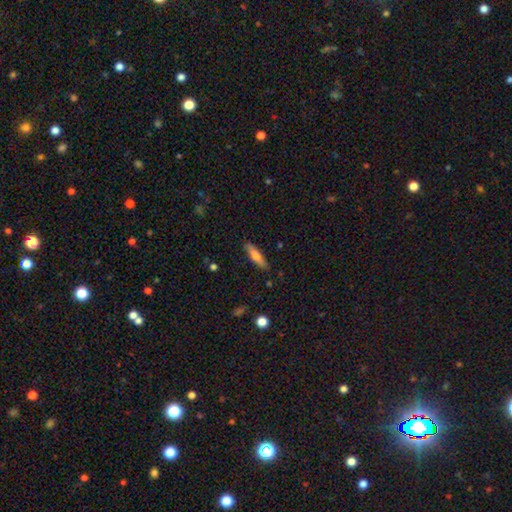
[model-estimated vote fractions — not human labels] Smooth or featured? Predicted: smooth (p=0.69). How rounded? Predicted: cigar-shaped (p=0.79). Merging? Predicted: none (p=0.86).